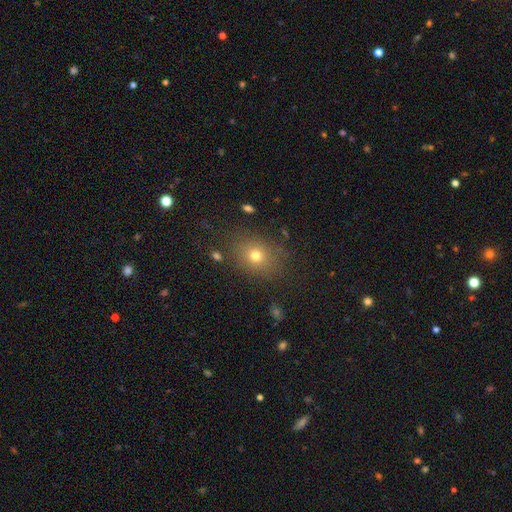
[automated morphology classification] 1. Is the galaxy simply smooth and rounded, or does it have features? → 72% smooth, 17% star or artifact, 12% featured or disk.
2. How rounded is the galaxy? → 53% round, 46% in between, 1% cigar-shaped.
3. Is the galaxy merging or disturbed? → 80% none, 12% minor disturbance, 5% major disturbance, 2% merger.